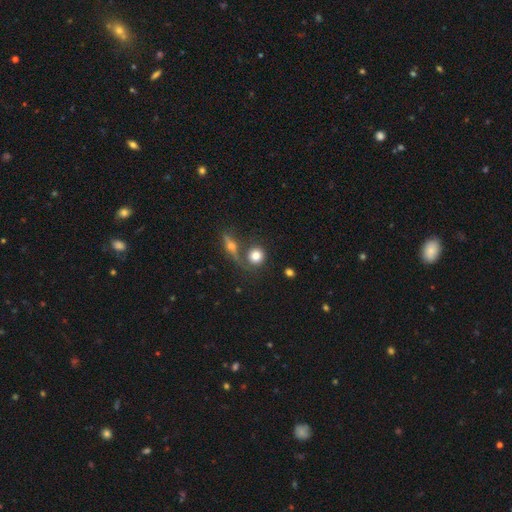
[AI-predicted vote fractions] This is likely a smooth galaxy (74%). How rounded: clearly round (86%). Merging: likely none (65%).